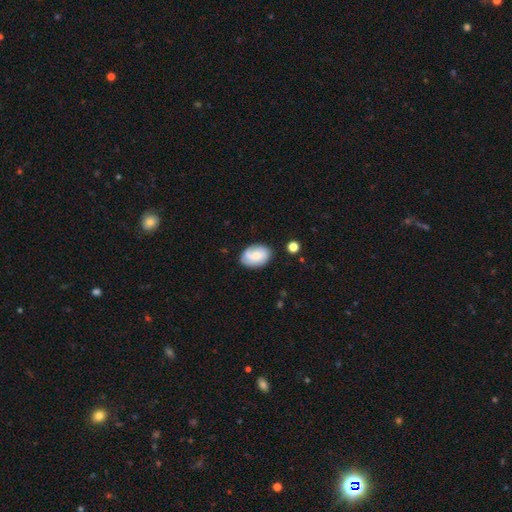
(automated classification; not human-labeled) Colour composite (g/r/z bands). It shows a smooth galaxy with no disk features (60%) that is in between round and cigar-shaped (81%). Merging: none (75%).